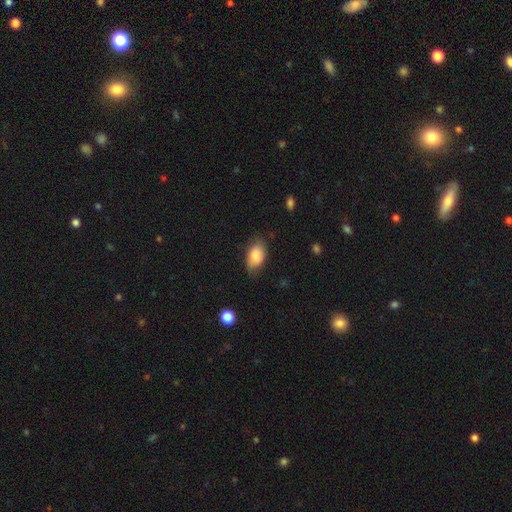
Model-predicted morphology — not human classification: Overall: smooth (83%). How rounded: in between (91%). Merging: none (70%).